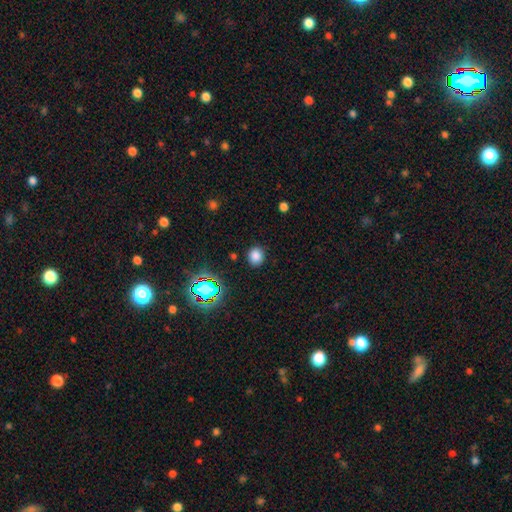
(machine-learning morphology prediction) Overall: smooth (79%). How rounded: round (77%). Merging: none (87%).